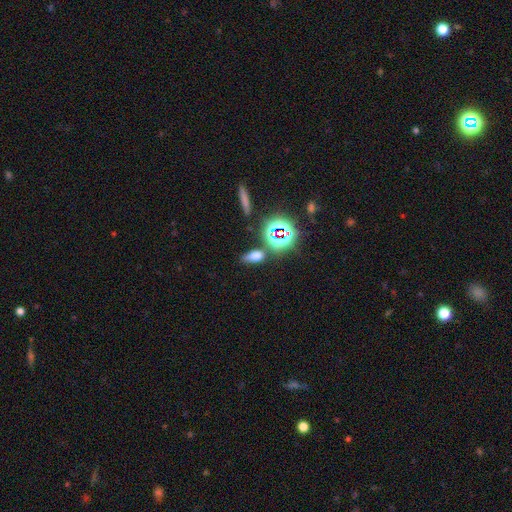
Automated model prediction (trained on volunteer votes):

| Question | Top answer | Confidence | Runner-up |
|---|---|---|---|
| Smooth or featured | smooth | 62% | star or artifact (28%) |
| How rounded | in between | 73% | cigar-shaped (15%) |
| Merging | none | 68% | minor disturbance (14%) |